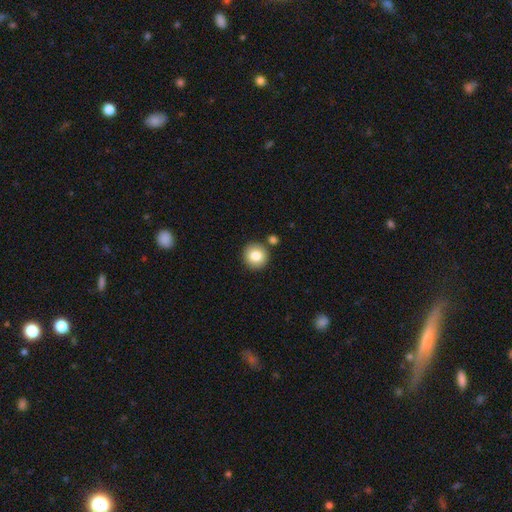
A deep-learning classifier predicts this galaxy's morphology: The model was most divided on "smooth or featured": smooth: 83%, star or artifact: 9%, featured or disk: 8%. More confident: how rounded — round (94%); merging — none (84%).